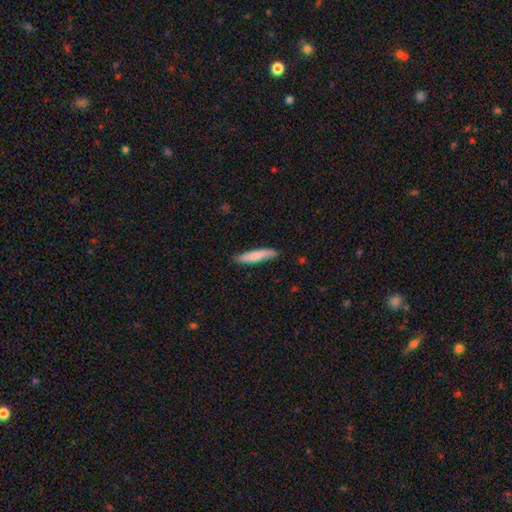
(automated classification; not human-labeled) Morphology: type=smooth (76%); roundness=cigar-shaped (88%); merging=none (82%).